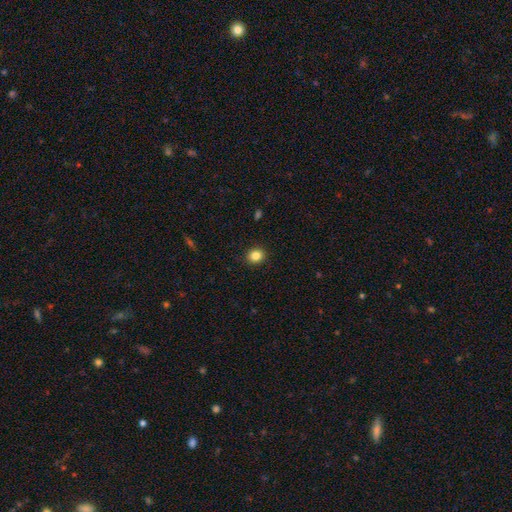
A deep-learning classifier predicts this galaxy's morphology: smooth-or-featured: smooth: 84% | star or artifact: 11% | featured or disk: 5%
  how-rounded: round: 79% | in between: 20% | cigar-shaped: 1%
  merging: none: 91% | minor disturbance: 6% | major disturbance: 2% | merger: 1%